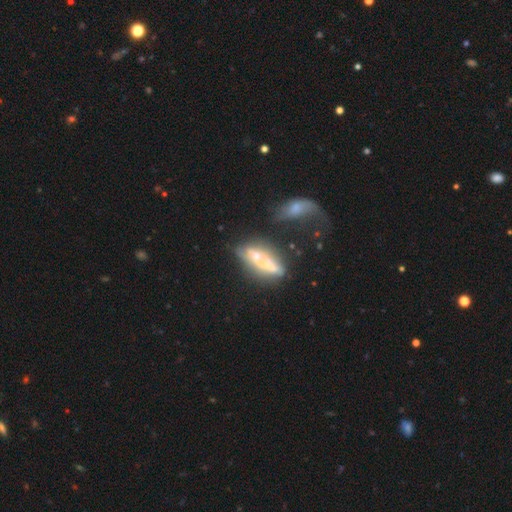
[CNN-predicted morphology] Overall: featured or disk (53%; smooth 37%). Edge-on disk: yes (57%; no 43%). Merging: none (44%; merger 22%).